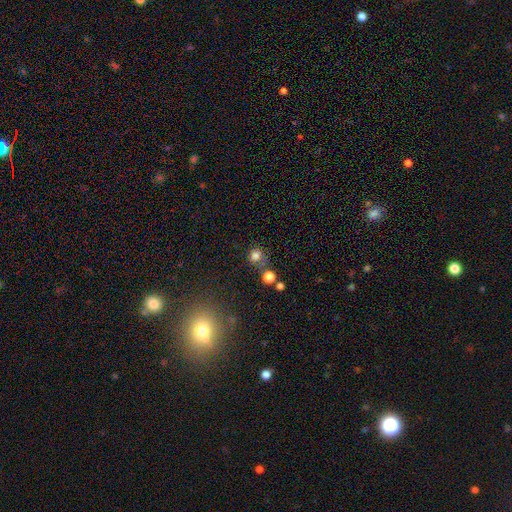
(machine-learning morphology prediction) Smooth or featured?
  - smooth: 77% *
  - star or artifact: 16%
  - featured or disk: 7%
How rounded?
  - round: 85% *
  - in between: 14%
  - cigar-shaped: 1%
Merging?
  - none: 61% *
  - merger: 19%
  - minor disturbance: 13%
  - major disturbance: 6%